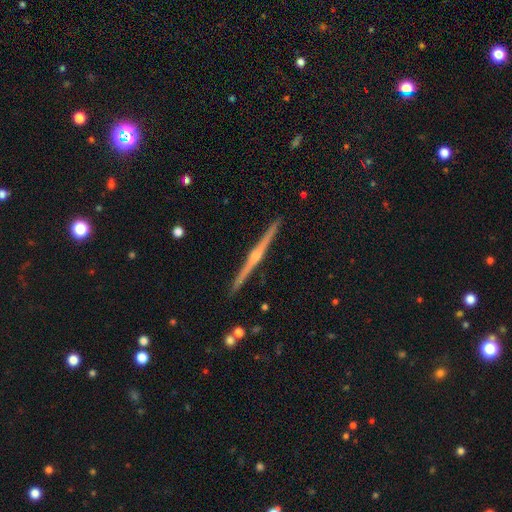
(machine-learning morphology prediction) smooth-or-featured: featured or disk: 85% | smooth: 9% | star or artifact: 6%
  disk-edge-on: yes: 99% | no: 1%
    edge-on-bulge: rounded: 85% | none: 9% | boxy: 5%
  merging: none: 93% | minor disturbance: 5% | merger: 1% | major disturbance: 1%